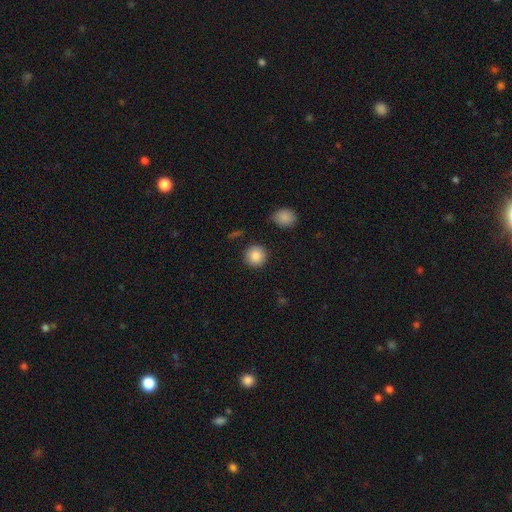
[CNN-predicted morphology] smooth_or_featured: smooth (p=0.87) [alt: star or artifact p=0.08]
how_rounded: round (p=0.94) [alt: in between p=0.05]
merging: none (p=0.89) [alt: minor disturbance p=0.07]